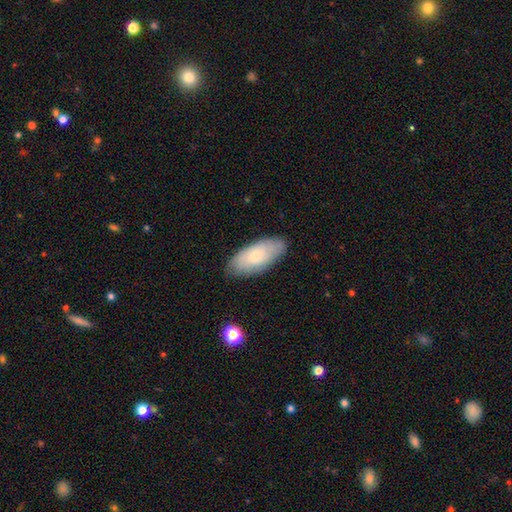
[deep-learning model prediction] Smooth or featured? Predicted: smooth (p=0.64). How rounded? Predicted: in between (p=0.87). Merging? Predicted: none (p=0.82).